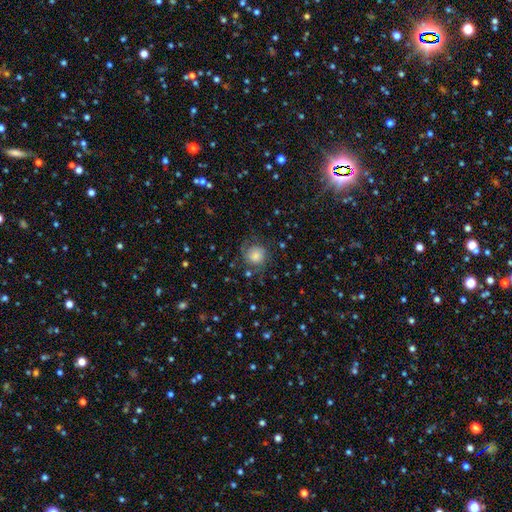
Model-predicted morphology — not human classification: Smooth or featured? smooth (59%)
How rounded? round (87%)
Merging? none (64%)